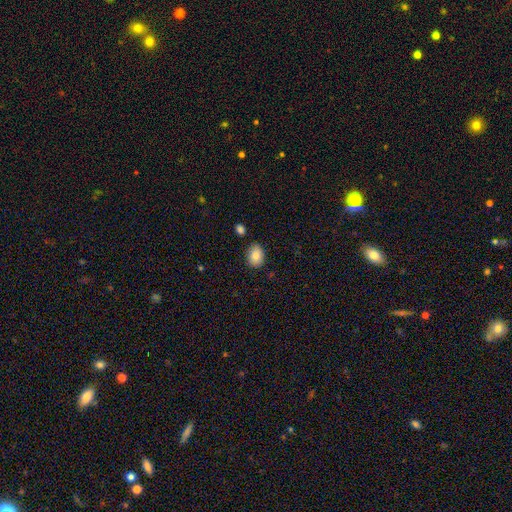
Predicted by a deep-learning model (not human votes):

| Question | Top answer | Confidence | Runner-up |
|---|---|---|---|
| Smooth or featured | smooth | 85% | star or artifact (8%) |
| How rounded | in between | 72% | round (27%) |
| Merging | none | 82% | minor disturbance (12%) |